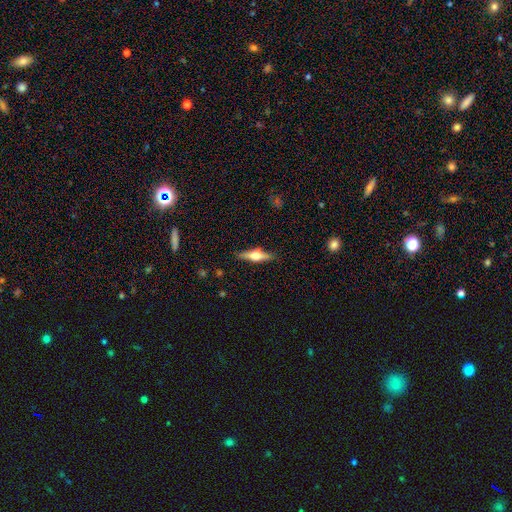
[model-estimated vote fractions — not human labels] Smooth or featured? featured or disk (63%)
Edge-on disk? yes (96%)
Edge-on bulge? rounded (94%)
Merging? none (87%)